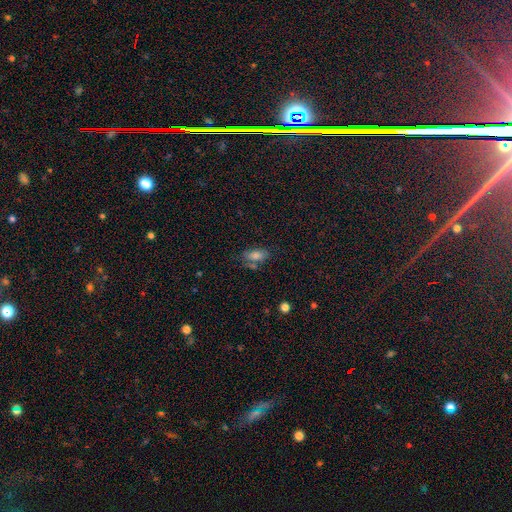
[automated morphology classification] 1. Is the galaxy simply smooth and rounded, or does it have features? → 69% smooth, 17% star or artifact, 14% featured or disk.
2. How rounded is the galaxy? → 85% in between, 9% cigar-shaped, 7% round.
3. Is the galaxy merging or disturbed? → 65% none, 18% minor disturbance, 10% merger, 7% major disturbance.